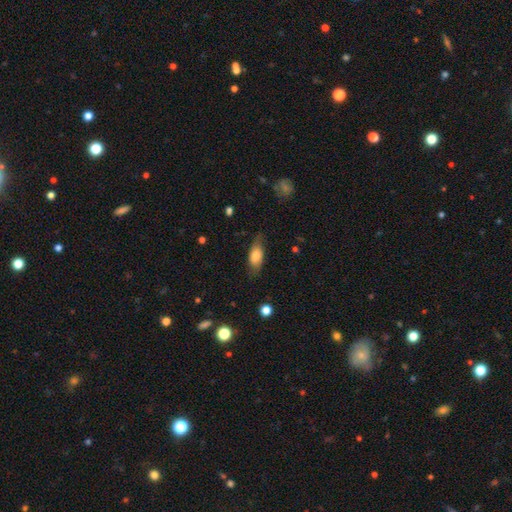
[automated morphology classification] This appears to be a smooth galaxy with no disk features (73%) that is in between round and cigar-shaped (80%). Merging: none (71%).